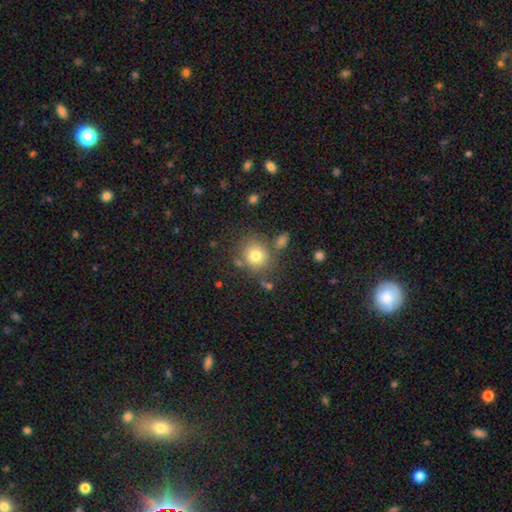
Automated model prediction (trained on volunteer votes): This is likely a smooth galaxy (77%). How rounded: clearly round (83%). Merging: likely none (73%).